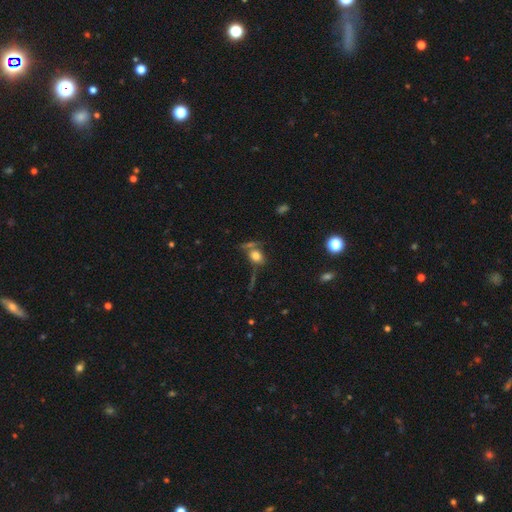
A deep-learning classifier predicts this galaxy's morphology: Smooth or featured? Predicted: smooth (p=0.68). How rounded? Predicted: in between (p=0.48). Merging? Predicted: none (p=0.57).